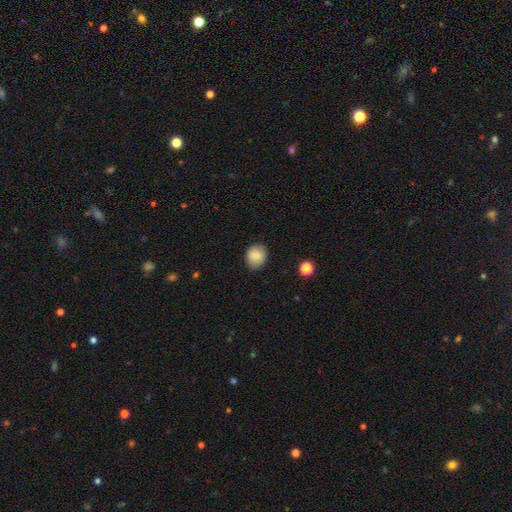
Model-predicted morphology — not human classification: smooth 83%, featured or disk 9%, star or artifact 8%. Down the decision tree: how rounded — round (65%); merging — none (85%).